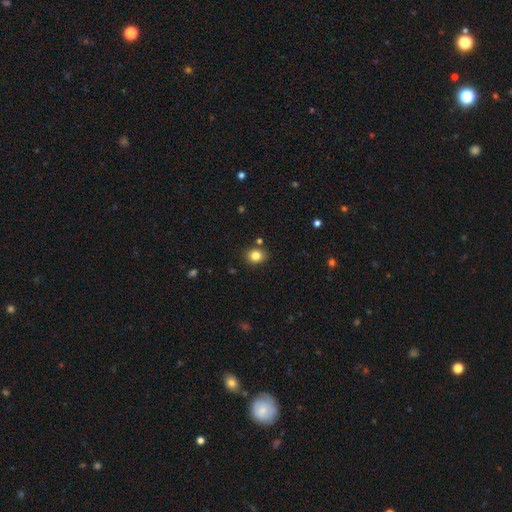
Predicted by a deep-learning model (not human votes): This is clearly a smooth galaxy (83%). How rounded: likely round (66%). Merging: clearly none (83%).